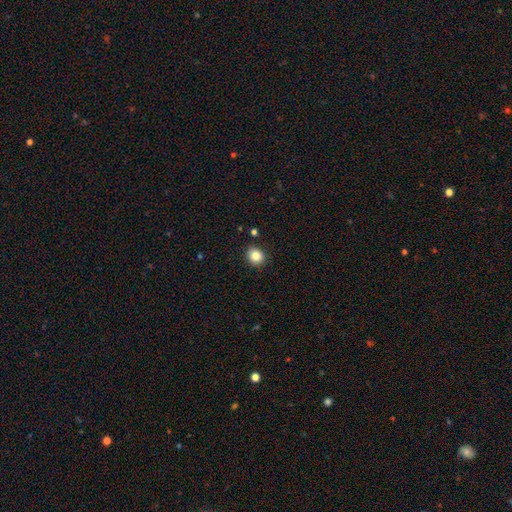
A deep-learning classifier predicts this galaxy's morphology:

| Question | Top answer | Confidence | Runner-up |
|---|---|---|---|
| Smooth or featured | smooth | 84% | star or artifact (10%) |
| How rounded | round | 76% | in between (23%) |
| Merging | none | 89% | minor disturbance (7%) |